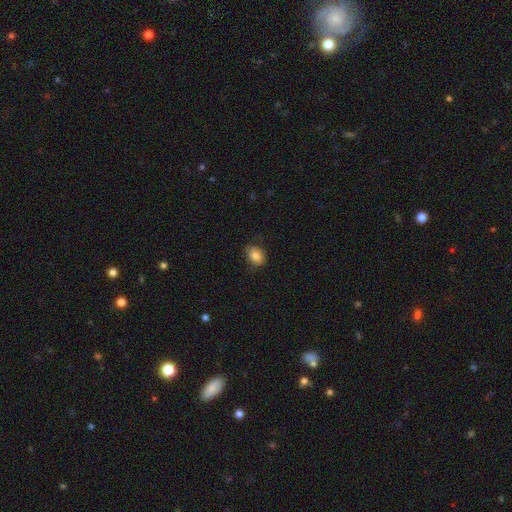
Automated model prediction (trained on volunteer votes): smooth_or_featured: smooth (p=0.84) [alt: star or artifact p=0.09]
how_rounded: in between (p=0.60) [alt: round p=0.39]
merging: none (p=0.80) [alt: minor disturbance p=0.15]